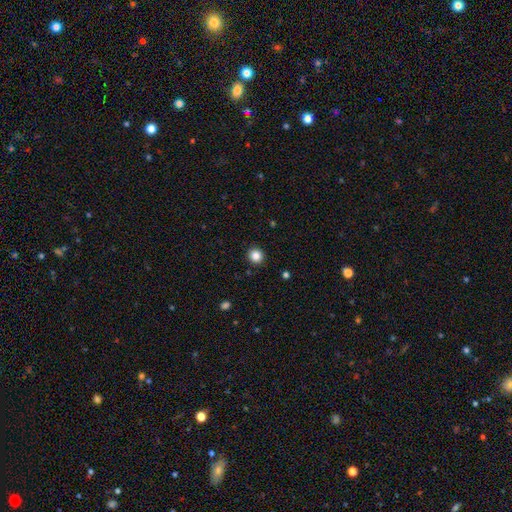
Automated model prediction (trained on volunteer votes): This is clearly a smooth galaxy (84%). How rounded: clearly round (92%). Merging: clearly none (92%).